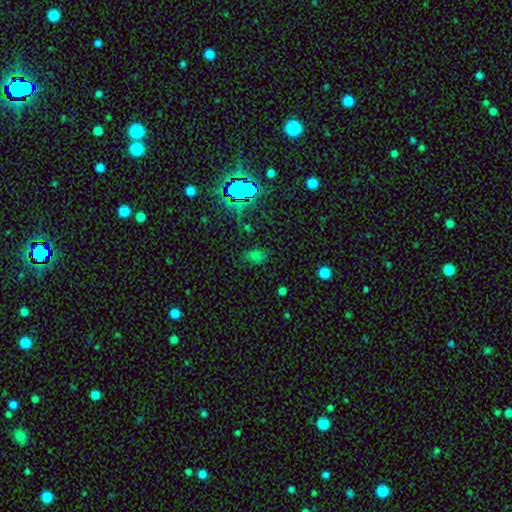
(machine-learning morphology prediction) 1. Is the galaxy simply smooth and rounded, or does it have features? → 58% smooth, 34% star or artifact, 8% featured or disk.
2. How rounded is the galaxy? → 80% in between, 17% round, 3% cigar-shaped.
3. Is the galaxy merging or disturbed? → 71% none, 18% minor disturbance, 7% major disturbance, 3% merger.